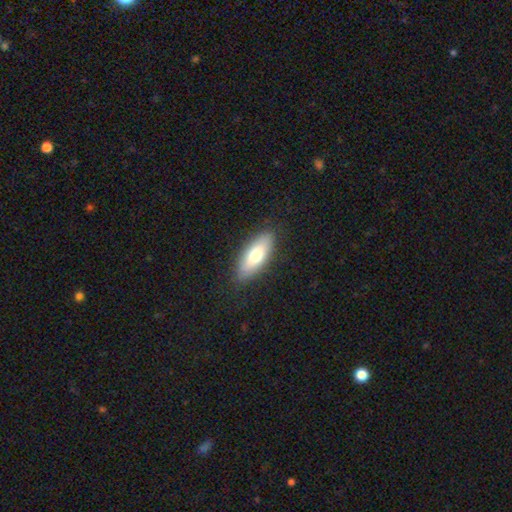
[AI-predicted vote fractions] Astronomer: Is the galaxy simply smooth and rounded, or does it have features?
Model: smooth — 70%.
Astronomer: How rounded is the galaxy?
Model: in between — 70%.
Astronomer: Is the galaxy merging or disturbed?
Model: none — 86%.